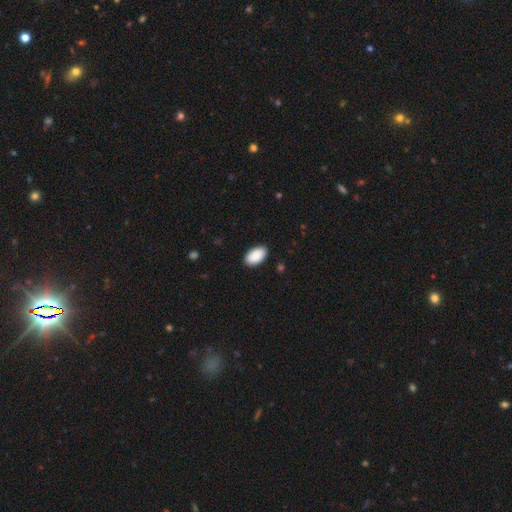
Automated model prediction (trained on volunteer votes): This is clearly a smooth galaxy (88%). How rounded: clearly in between (95%). Merging: clearly none (89%).